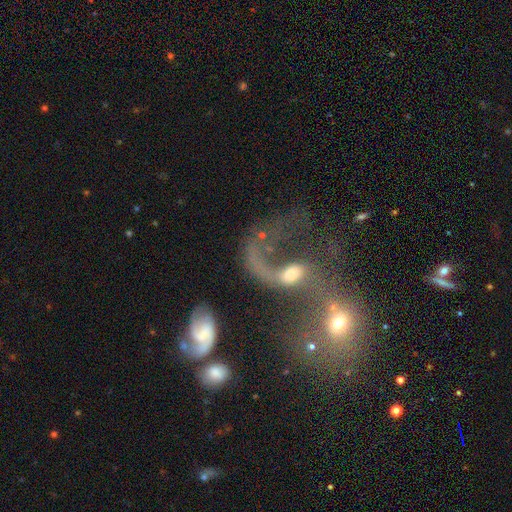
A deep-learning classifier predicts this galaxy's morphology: A featured or disk galaxy (67%) with no bar (59%), spiral arms (74%) and a moderate central bulge (47%). Merging: merger (59%).